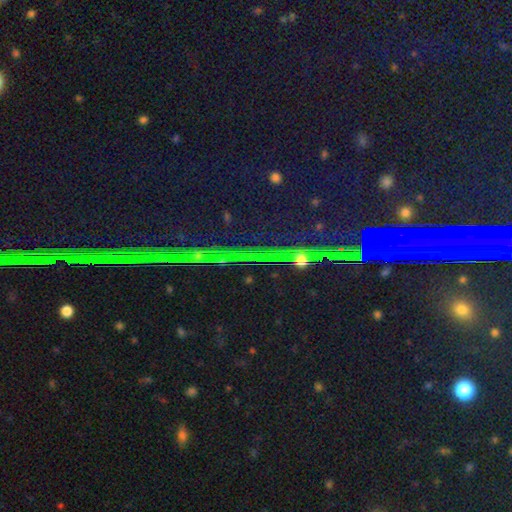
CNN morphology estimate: This appears to be a star or artifact, not a galaxy (85%).